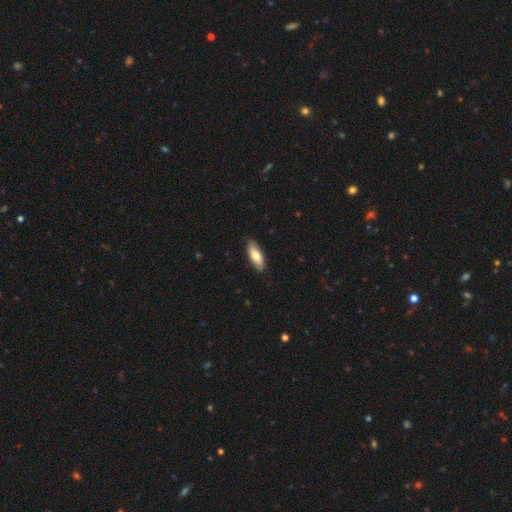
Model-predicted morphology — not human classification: A smooth galaxy with no disk features (72%) that is in between round and cigar-shaped (67%).

Vote fractions:
- Smooth or featured? smooth: 72% / featured or disk: 23% / star or artifact: 5%
- How rounded? in between: 67% / cigar-shaped: 31% / round: 2%
- Merging? none: 86% / minor disturbance: 11% / major disturbance: 2% / merger: 1%